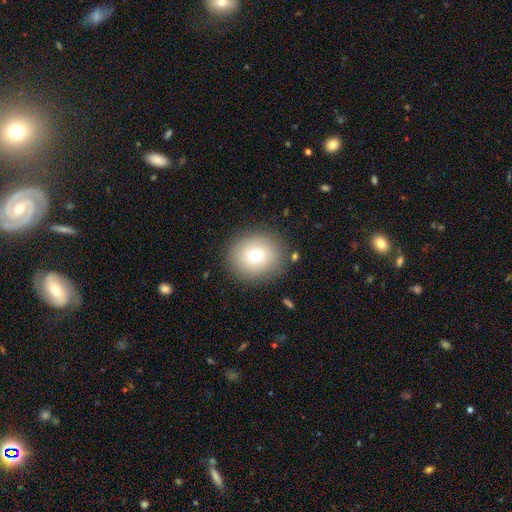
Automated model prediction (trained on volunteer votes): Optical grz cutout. It shows a smooth galaxy with no disk features (72%) that is round (85%). Merging: none (86%).